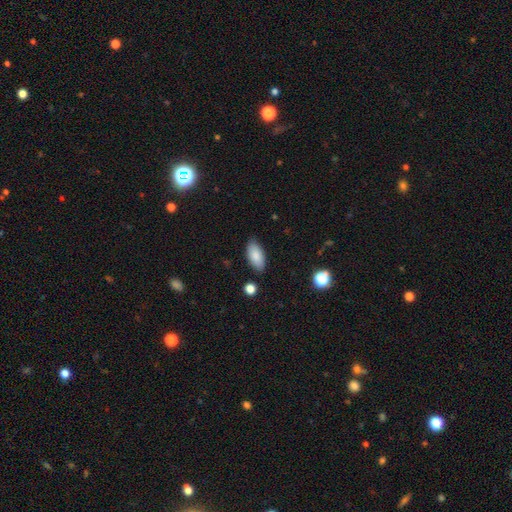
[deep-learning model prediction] Overall: smooth (86%). How rounded: in between (91%). Merging: none (84%).